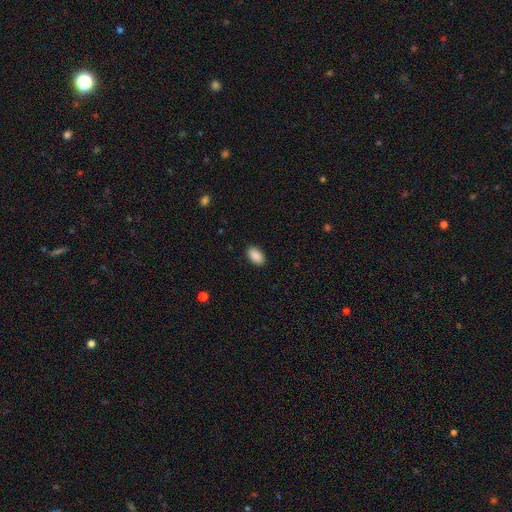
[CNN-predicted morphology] Smooth or featured? Predicted: smooth (p=0.89). How rounded? Predicted: in between (p=0.94). Merging? Predicted: none (p=0.90).